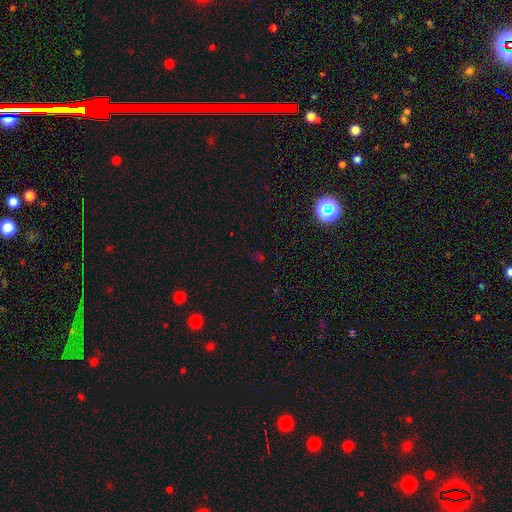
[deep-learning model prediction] Overall: star or artifact (64%; smooth 28%).